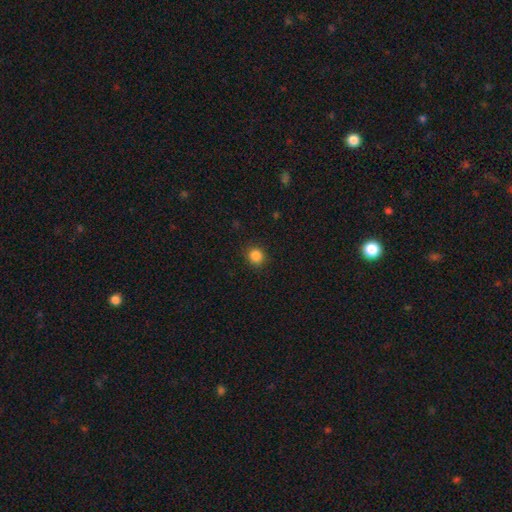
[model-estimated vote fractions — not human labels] Q: Smooth or featured?
A: smooth (85%); runner-up: star or artifact (11%)
Q: How rounded?
A: round (86%); runner-up: in between (13%)
Q: Merging?
A: none (89%); runner-up: minor disturbance (7%)